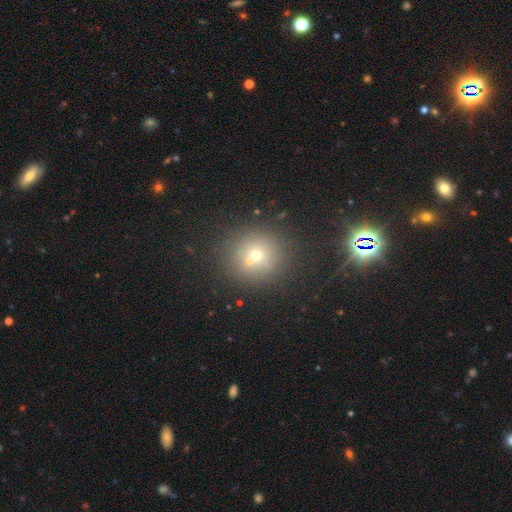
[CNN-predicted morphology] Smooth or featured? smooth (58%)
How rounded? round (90%)
Merging? none (84%)